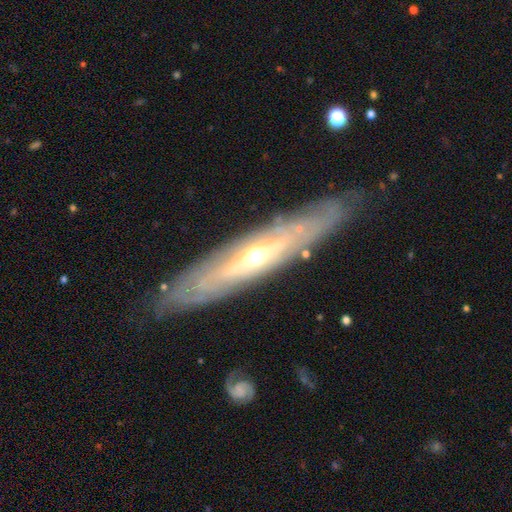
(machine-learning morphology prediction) Overall: featured or disk (78%). Edge-on disk: no (51%; yes 49%). Merging: none (81%).